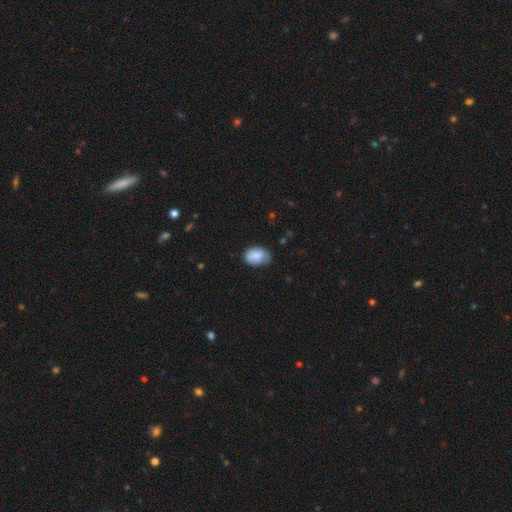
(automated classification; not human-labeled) Smooth or featured: smooth — 79% (featured or disk — 14%)
How rounded: in between — 81% (round — 18%)
Merging: none — 61% (minor disturbance — 32%)